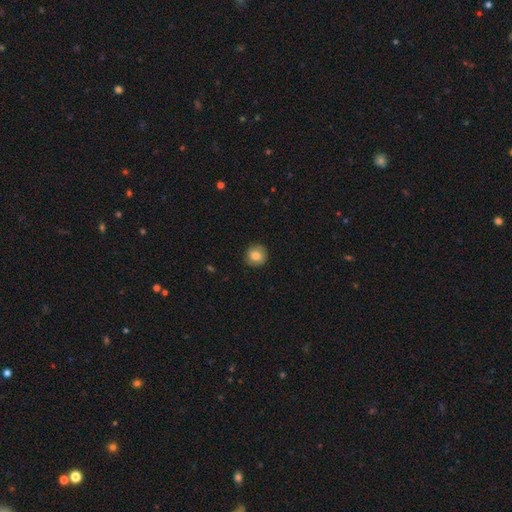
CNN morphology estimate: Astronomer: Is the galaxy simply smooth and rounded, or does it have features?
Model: smooth — 79%.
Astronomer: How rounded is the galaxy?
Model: round — 92%.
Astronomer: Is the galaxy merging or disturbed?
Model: none — 88%.